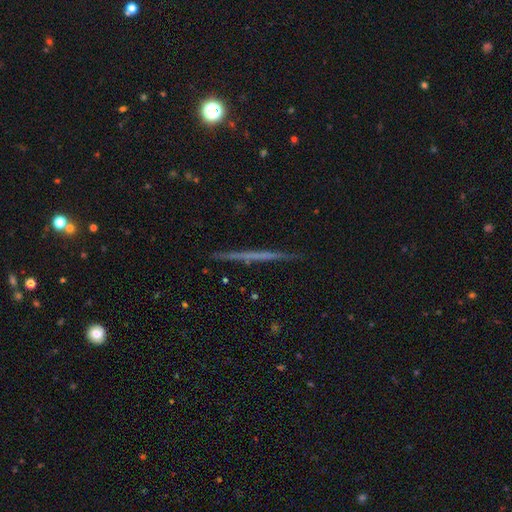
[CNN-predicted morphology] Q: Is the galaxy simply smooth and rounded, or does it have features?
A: featured or disk — 59%.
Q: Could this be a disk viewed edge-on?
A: yes — 97%.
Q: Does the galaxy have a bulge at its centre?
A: none — 90%.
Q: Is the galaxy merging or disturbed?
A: none — 92%.